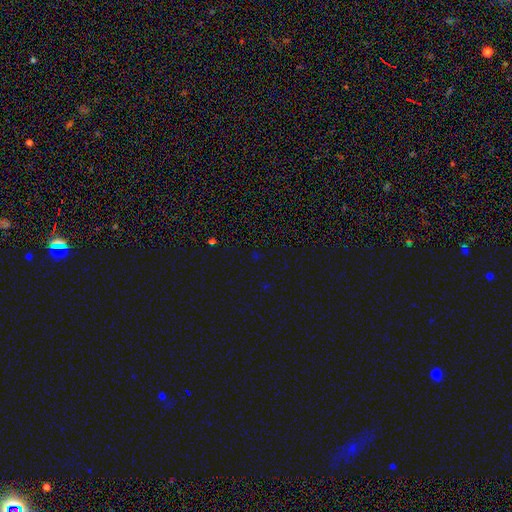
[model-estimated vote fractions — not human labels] Q: Smooth or featured?
A: star or artifact (69%); runner-up: smooth (24%)